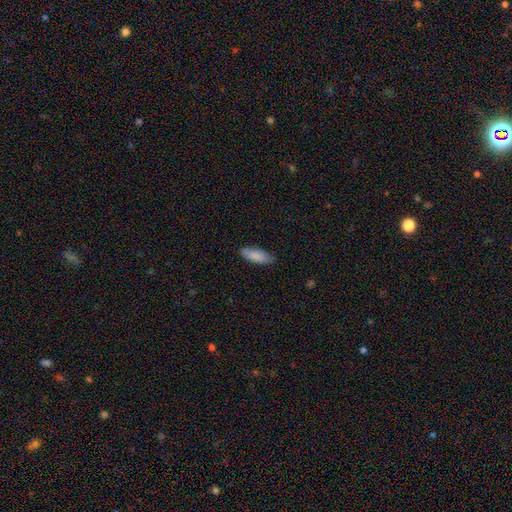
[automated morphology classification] type=smooth (84%); roundness=in between (67%); merging=none (83%).